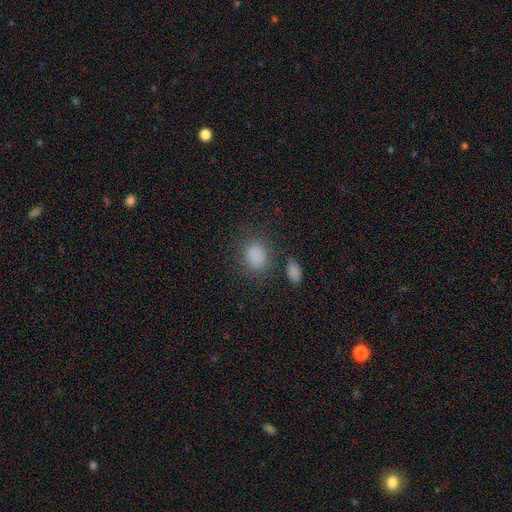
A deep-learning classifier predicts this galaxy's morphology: Smooth or featured: smooth — 84% (star or artifact — 12%)
How rounded: round — 51% (in between — 48%)
Merging: none — 73% (minor disturbance — 15%)